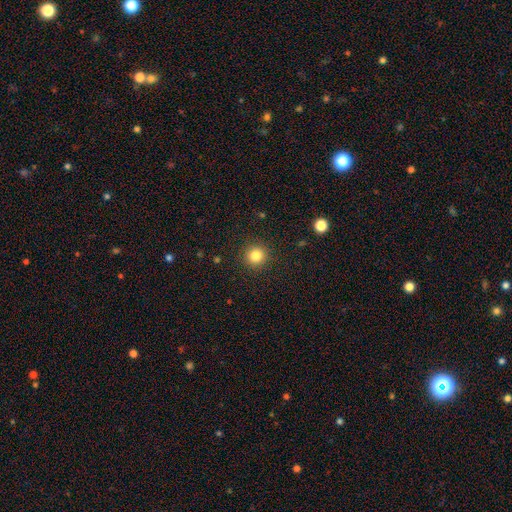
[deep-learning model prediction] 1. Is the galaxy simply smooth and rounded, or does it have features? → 83% smooth, 12% star or artifact, 5% featured or disk.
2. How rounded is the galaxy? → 93% round, 6% in between, 1% cigar-shaped.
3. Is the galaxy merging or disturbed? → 91% none, 6% minor disturbance, 2% major disturbance, 1% merger.